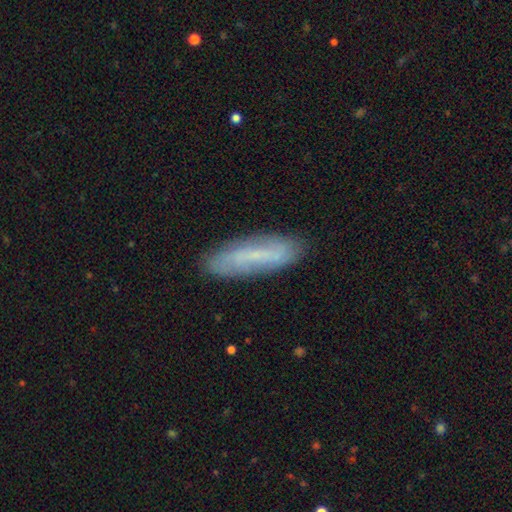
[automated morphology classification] Smooth or featured? featured or disk (49%)
Merging? none (83%)